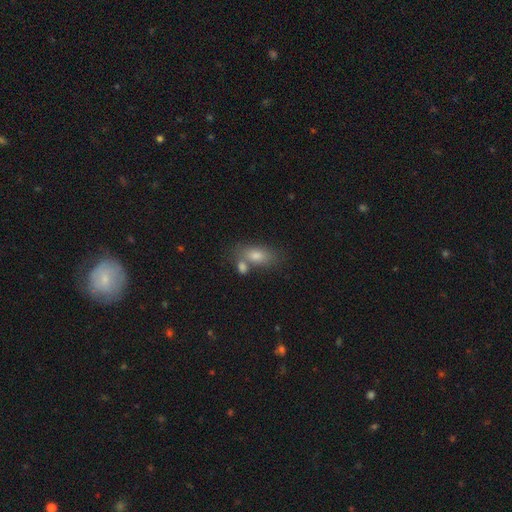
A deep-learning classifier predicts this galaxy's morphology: Overall: smooth (76%). How rounded: in between (82%). Merging: none (59%; merger 25%).